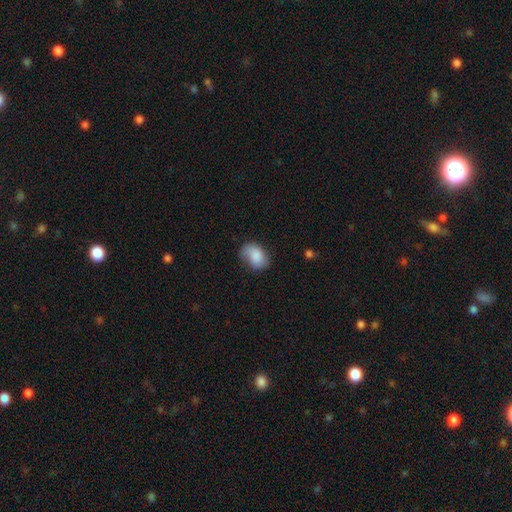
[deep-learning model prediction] A smooth galaxy with no disk features (78%) that is in between round and cigar-shaped (74%).

Vote fractions:
- Smooth or featured? smooth: 78% / featured or disk: 14% / star or artifact: 8%
- How rounded? in between: 74% / round: 25% / cigar-shaped: 1%
- Merging? none: 54% / minor disturbance: 31% / major disturbance: 13% / merger: 2%